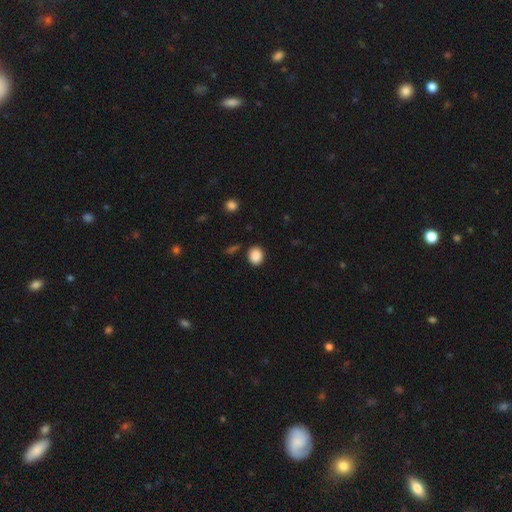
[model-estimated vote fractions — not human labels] Overall: smooth (88%). How rounded: round (67%; in between 32%). Merging: none (87%).